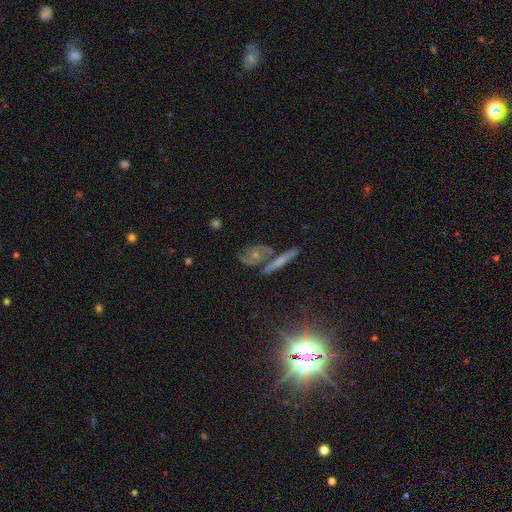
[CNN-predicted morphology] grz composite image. It shows a featured or disk galaxy (61%). Merging: none (59%).